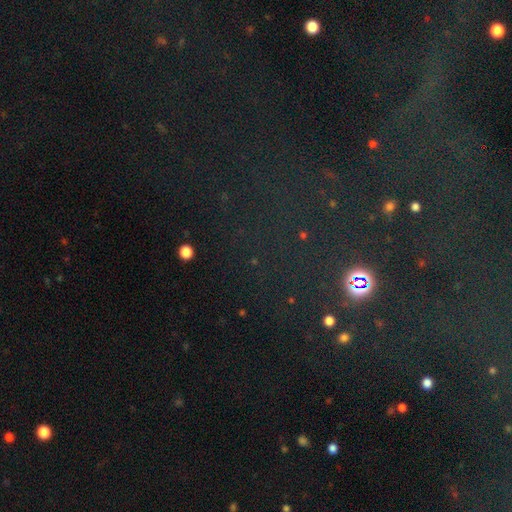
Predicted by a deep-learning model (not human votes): Overall: star or artifact (76%).